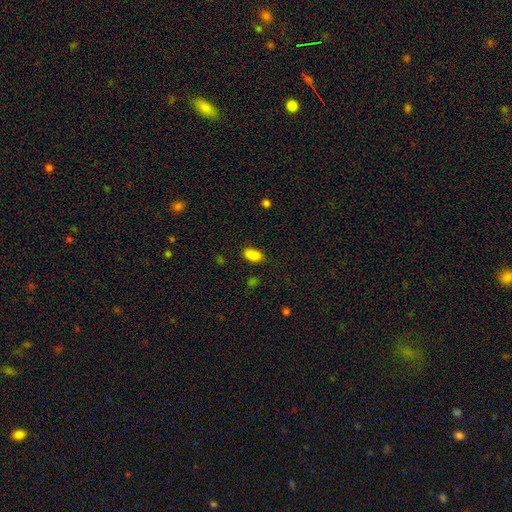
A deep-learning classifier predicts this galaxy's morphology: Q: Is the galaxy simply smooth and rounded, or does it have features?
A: smooth — 87%.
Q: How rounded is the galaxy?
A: in between — 92%.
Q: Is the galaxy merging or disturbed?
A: none — 82%.